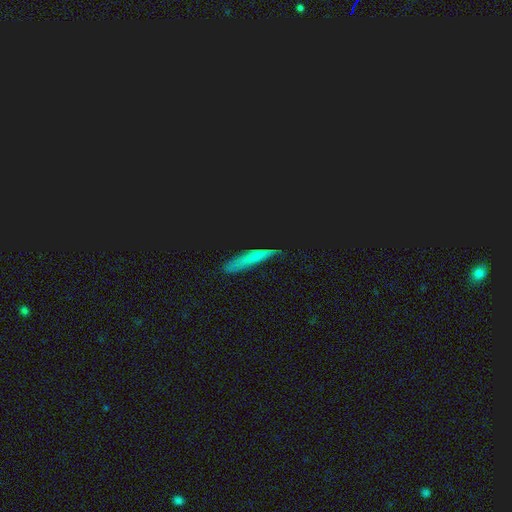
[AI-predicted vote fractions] Overall: star or artifact (42%; smooth 40%).